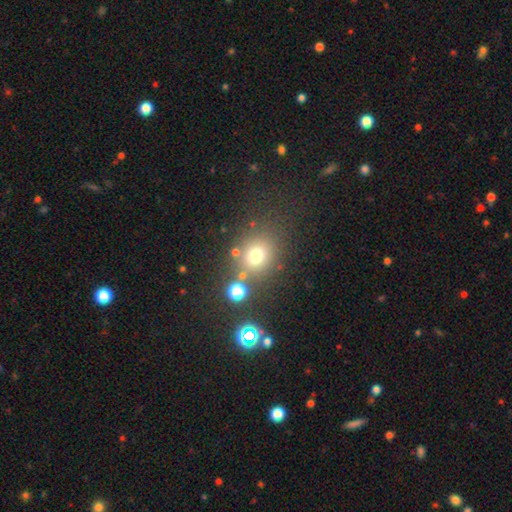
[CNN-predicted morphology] A smooth galaxy with no disk features (70%) that is round (78%). Merging: none (74%).